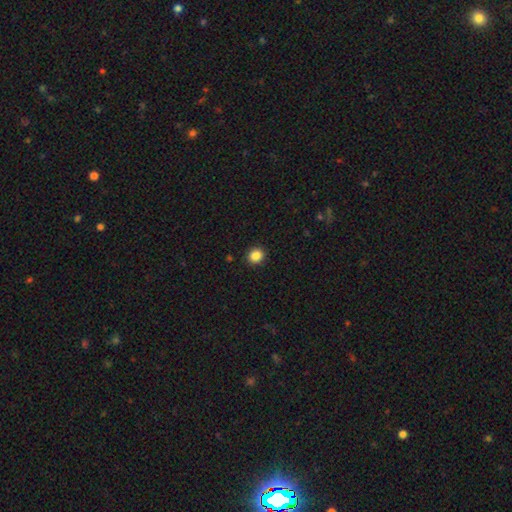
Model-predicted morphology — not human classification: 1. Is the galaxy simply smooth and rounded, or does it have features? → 86% smooth, 10% star or artifact, 4% featured or disk.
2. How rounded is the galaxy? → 83% round, 16% in between, 1% cigar-shaped.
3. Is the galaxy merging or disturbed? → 92% none, 5% minor disturbance, 2% major disturbance, 1% merger.